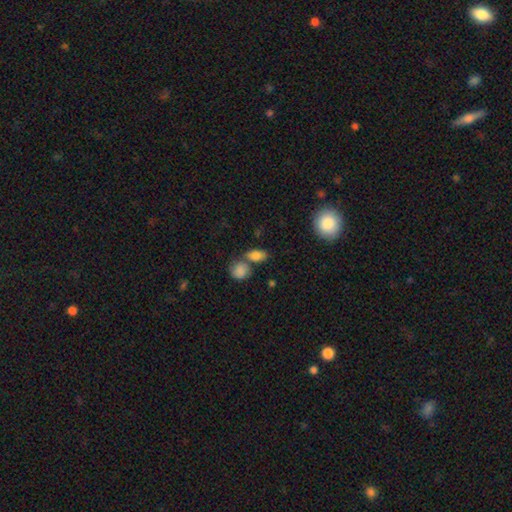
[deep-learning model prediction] Smooth or featured? Predicted: smooth (p=0.81). How rounded? Predicted: in between (p=0.82). Merging? Predicted: none (p=0.53).